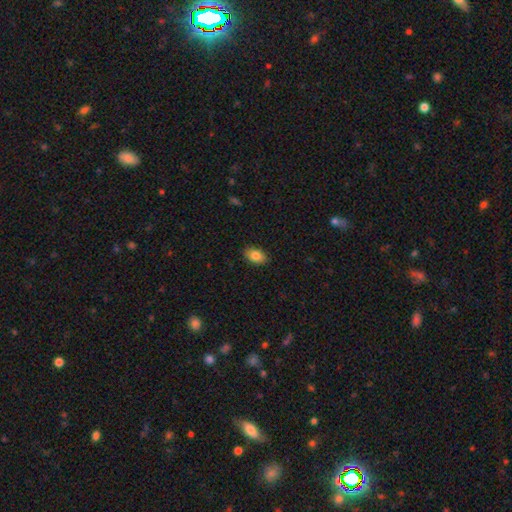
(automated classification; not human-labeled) Smooth or featured? Predicted: smooth (p=0.84). How rounded? Predicted: in between (p=0.90). Merging? Predicted: none (p=0.88).